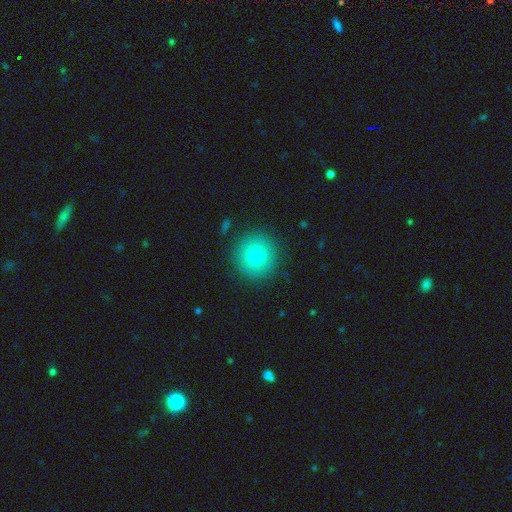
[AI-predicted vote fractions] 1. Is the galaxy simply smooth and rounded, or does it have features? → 77% smooth, 12% featured or disk, 12% star or artifact.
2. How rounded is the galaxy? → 95% round, 4% in between, 1% cigar-shaped.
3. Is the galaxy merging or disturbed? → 91% none, 6% minor disturbance, 2% major disturbance, 1% merger.